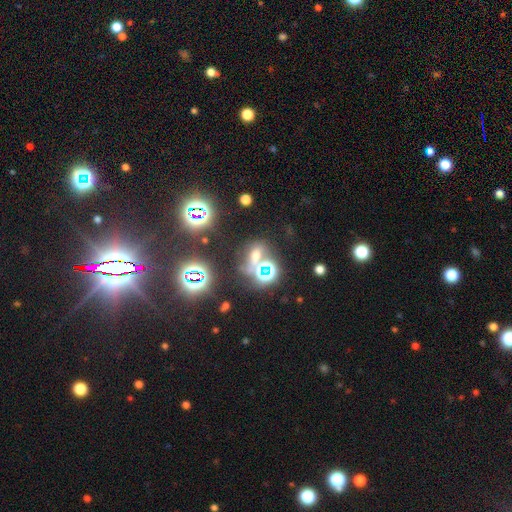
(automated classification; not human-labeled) A star or artifact, not a galaxy (54%).

Vote fractions:
- Smooth or featured? star or artifact: 54% / smooth: 34% / featured or disk: 12%